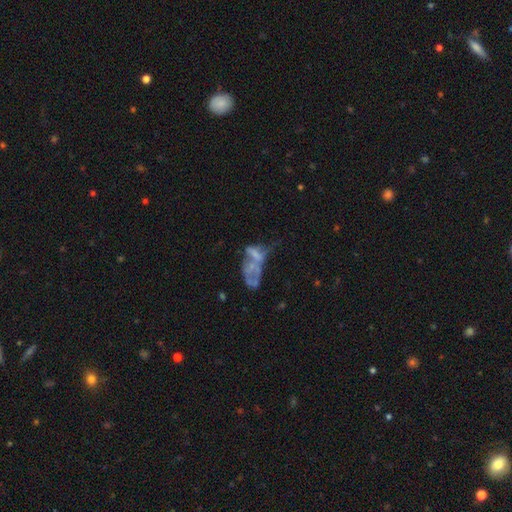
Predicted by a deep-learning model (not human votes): The model was most divided on "merging": merger: 35%, major disturbance: 33%, none: 19%, minor disturbance: 13%. More confident: edge-on disk — no (94%); bar — no (90%); spiral arms — no (88%); bulge size — none (70%); smooth or featured — featured or disk (53%).